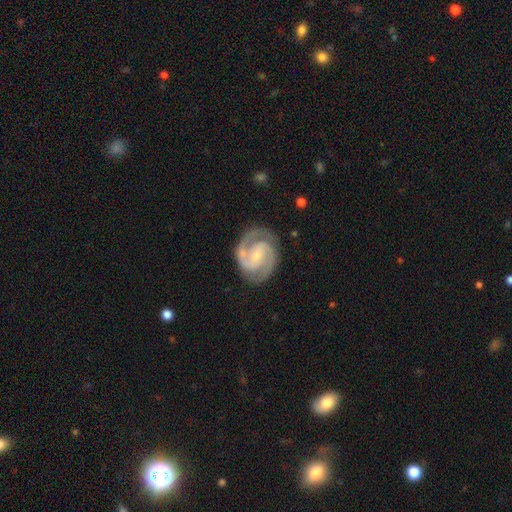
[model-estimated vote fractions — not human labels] Smooth or featured?
  - featured or disk: 91% *
  - smooth: 5%
  - star or artifact: 4%
Edge-on disk?
  - no: 98% *
  - yes: 2%
Bar?
  - weak: 42% *
  - no: 35%
  - strong: 23%
Spiral arms?
  - yes: 98% *
  - no: 2%
Spiral winding?
  - medium: 47% *
  - tight: 46%
  - loose: 6%
Spiral arm count?
  - 2: 90% *
  - 3: 4%
  - can't tell: 2%
  - 1: 1%
  - 4: 1%
  - more than 4: 1%
Bulge size?
  - small: 71% *
  - moderate: 24%
  - none: 3%
  - large: 1%
  - dominant: 1%
Merging?
  - none: 80% *
  - minor disturbance: 14%
  - major disturbance: 4%
  - merger: 2%